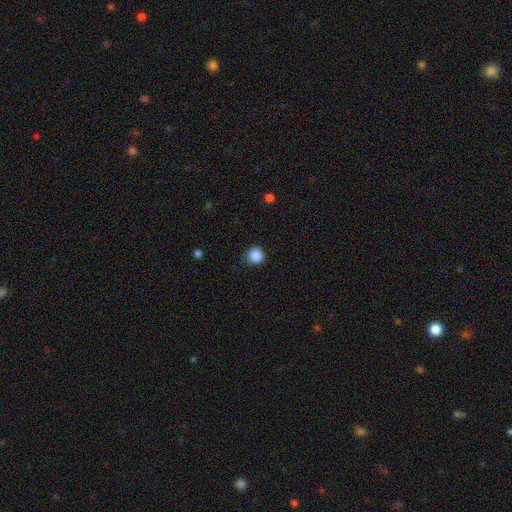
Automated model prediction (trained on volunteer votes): smooth-or-featured: smooth: 87% | star or artifact: 10% | featured or disk: 3%
  how-rounded: round: 91% | in between: 8% | cigar-shaped: 1%
  merging: none: 84% | minor disturbance: 12% | major disturbance: 3% | merger: 1%